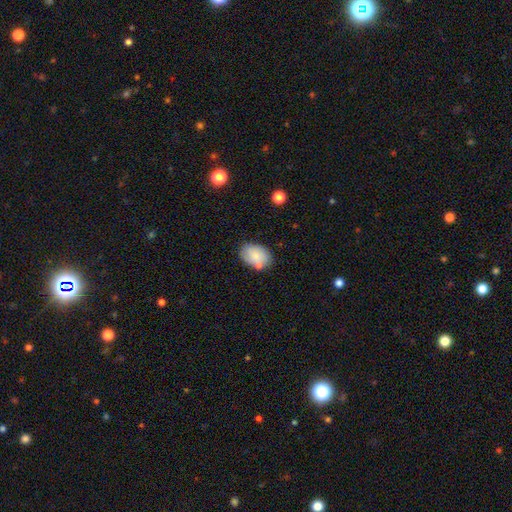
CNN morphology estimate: Overall: smooth (81%). How rounded: in between (85%). Merging: none (70%).